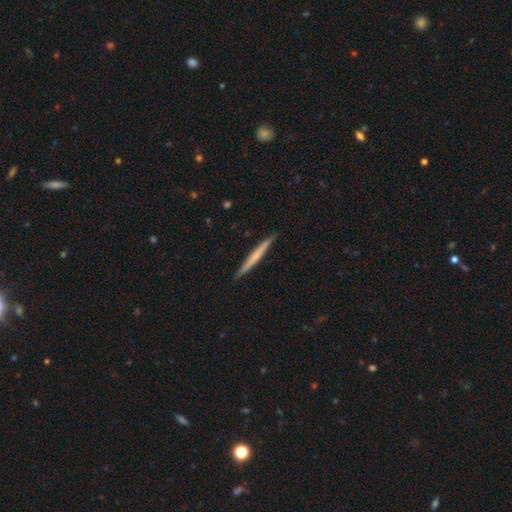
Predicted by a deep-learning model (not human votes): smooth-or-featured: smooth: 52% | featured or disk: 43% | star or artifact: 5%
  how-rounded: cigar-shaped: 97% | in between: 2% | round: 1%
  merging: none: 91% | minor disturbance: 7% | major disturbance: 1% | merger: 1%